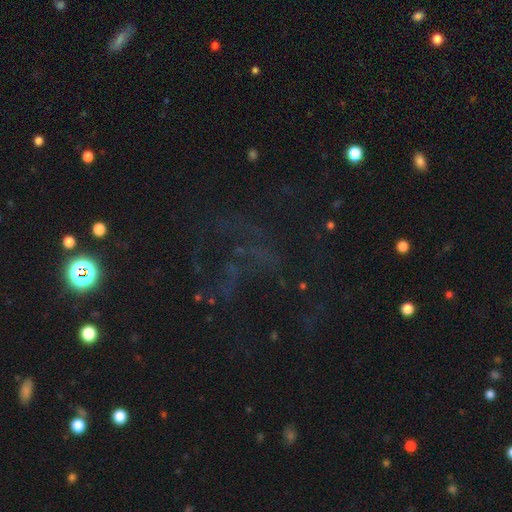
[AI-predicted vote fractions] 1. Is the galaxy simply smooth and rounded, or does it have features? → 54% star or artifact, 26% featured or disk, 20% smooth.